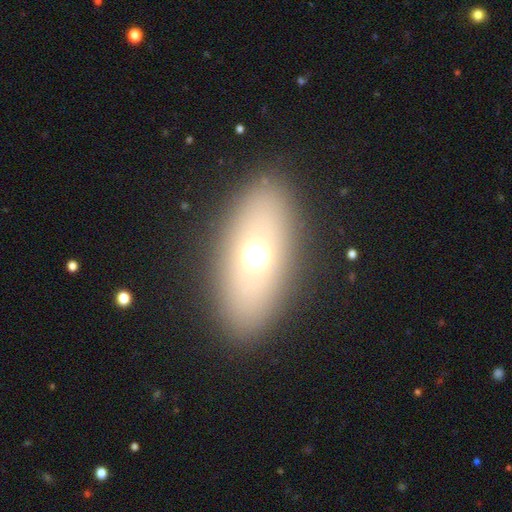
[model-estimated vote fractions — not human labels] smooth_or_featured: smooth (p=0.55) [alt: featured or disk p=0.30]
how_rounded: in between (p=0.78) [alt: round p=0.15]
merging: none (p=0.87) [alt: minor disturbance p=0.07]